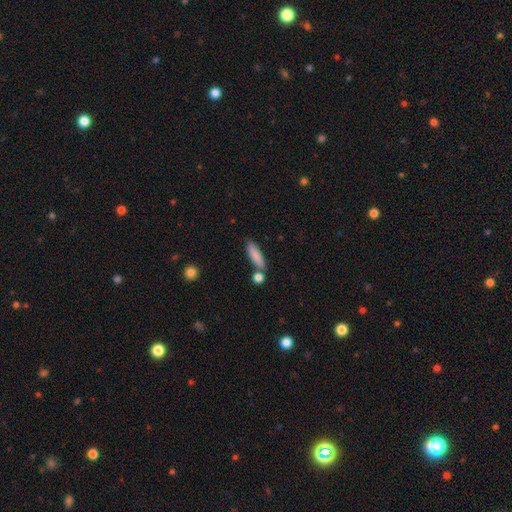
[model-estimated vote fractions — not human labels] The model was most divided on "how rounded": cigar-shaped: 66%, in between: 31%, round: 3%. More confident: smooth or featured — smooth (84%); merging — none (72%).